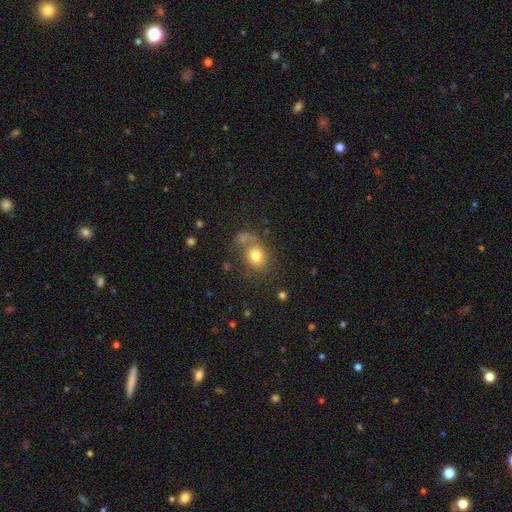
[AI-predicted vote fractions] This is likely a smooth galaxy (76%). How rounded: possibly round (55%). Merging: possibly none (54%).